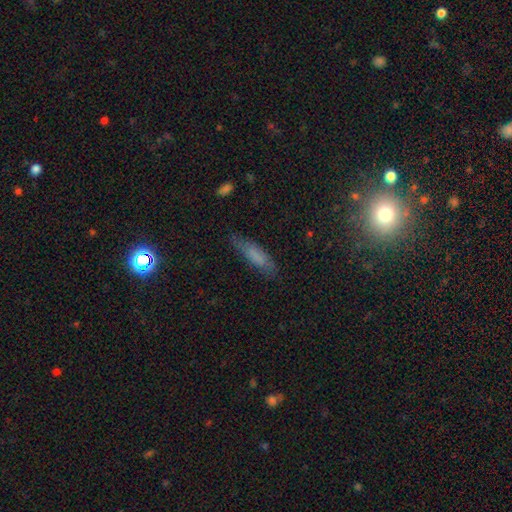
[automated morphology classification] Q: Smooth or featured?
A: smooth (68%); runner-up: featured or disk (21%)
Q: How rounded?
A: cigar-shaped (65%); runner-up: in between (33%)
Q: Merging?
A: none (72%); runner-up: minor disturbance (21%)